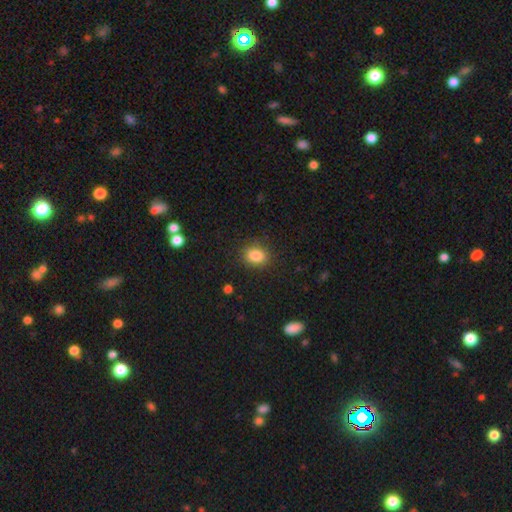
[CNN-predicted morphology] A smooth galaxy with no disk features (85%) that is in between round and cigar-shaped (60%). Merging: none (86%).